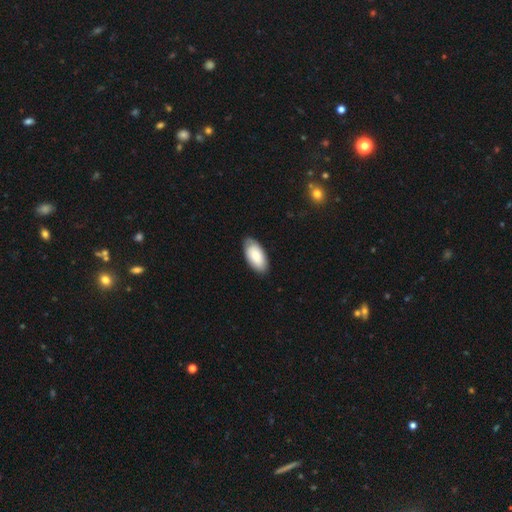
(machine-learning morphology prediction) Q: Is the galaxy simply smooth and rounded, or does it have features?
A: smooth — 76%.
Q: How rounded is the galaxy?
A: in between — 95%.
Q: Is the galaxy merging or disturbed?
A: none — 83%.